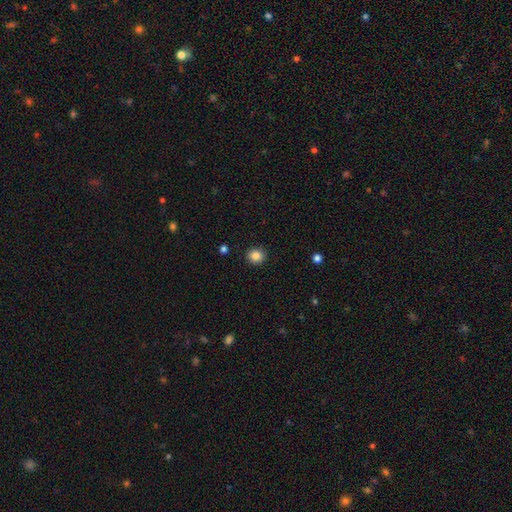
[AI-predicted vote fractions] Smooth or featured? smooth (86%)
How rounded? round (84%)
Merging? none (91%)